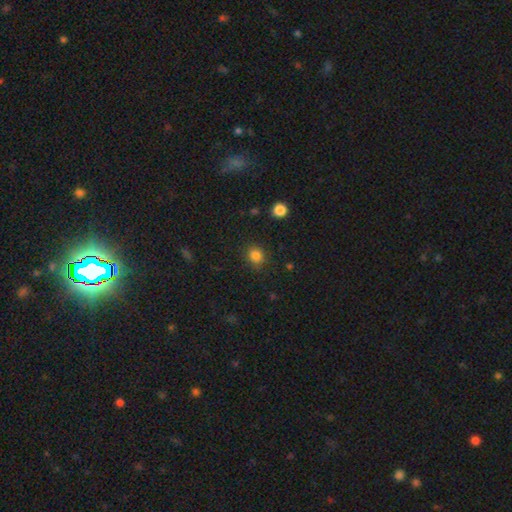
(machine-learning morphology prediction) Q: Smooth or featured?
A: smooth (83%); runner-up: star or artifact (13%)
Q: How rounded?
A: round (75%); runner-up: in between (24%)
Q: Merging?
A: none (86%); runner-up: minor disturbance (10%)